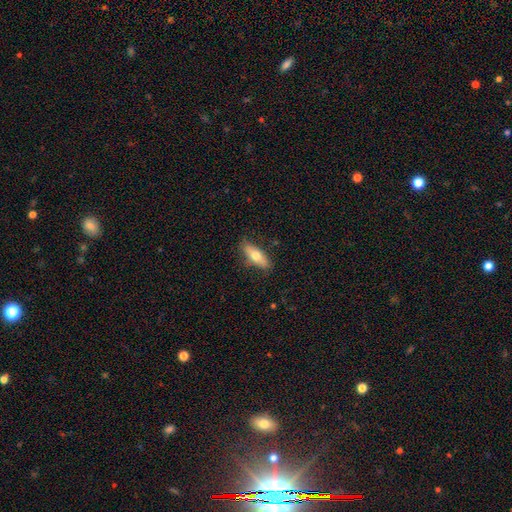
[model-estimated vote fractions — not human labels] A smooth galaxy with no disk features (66%) that is in between round and cigar-shaped (64%). Merging: none (82%).